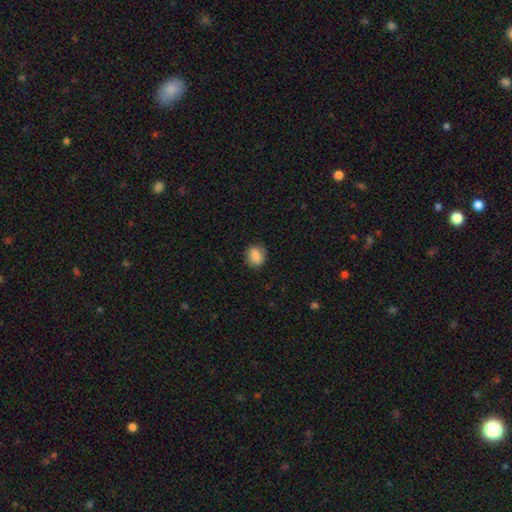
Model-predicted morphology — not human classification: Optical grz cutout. It shows a smooth galaxy with no disk features (85%) that is round (73%). Merging: none (86%).